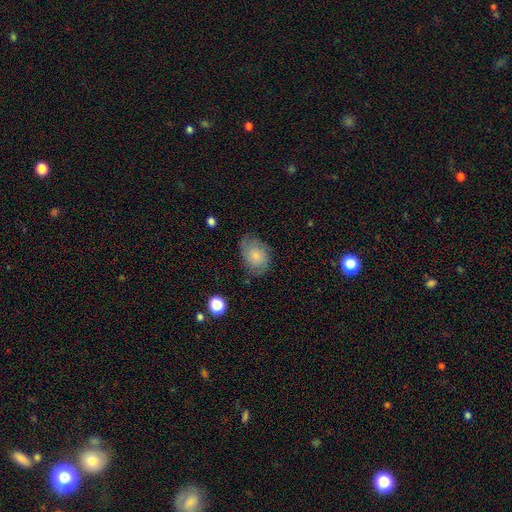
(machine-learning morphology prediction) Smooth or featured? smooth (63%)
How rounded? in between (72%)
Merging? none (62%)